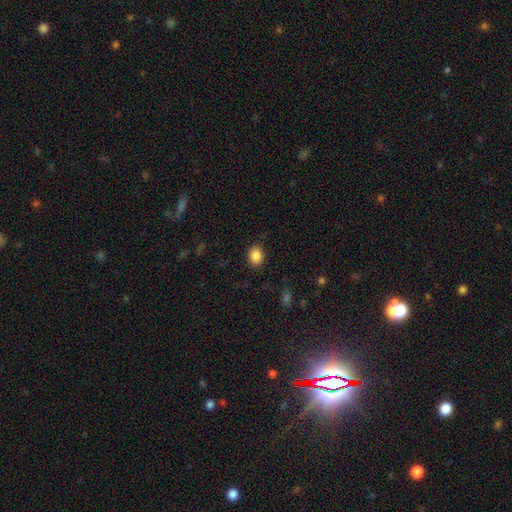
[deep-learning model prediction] Smooth or featured? smooth (87%)
How rounded? in between (55%)
Merging? none (88%)